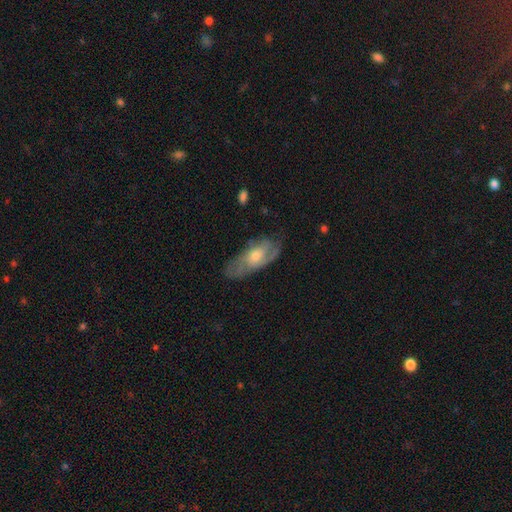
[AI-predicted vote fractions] Morphology: type=featured or disk (63%); edge-on=no (87%); bar=no (74%); spiral arms=yes (80%); bulge=moderate (58%); merging=none (64%).